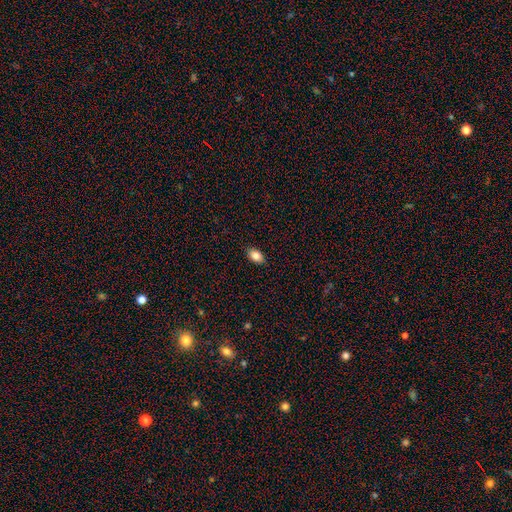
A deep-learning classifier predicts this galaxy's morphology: type=smooth (85%); roundness=in between (87%); merging=none (89%).